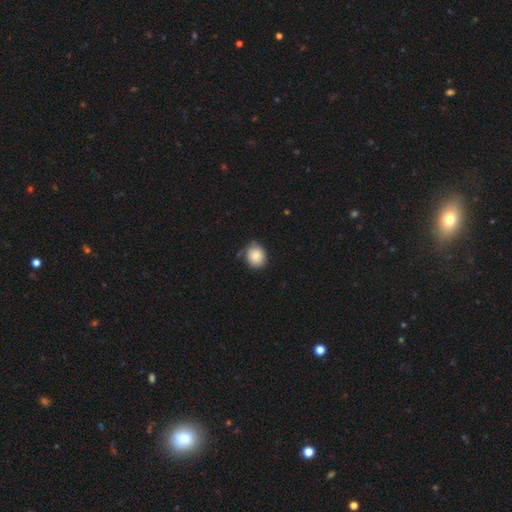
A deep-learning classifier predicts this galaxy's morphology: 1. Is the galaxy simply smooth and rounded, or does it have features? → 84% smooth, 8% star or artifact, 7% featured or disk.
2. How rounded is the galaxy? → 76% round, 23% in between, 1% cigar-shaped.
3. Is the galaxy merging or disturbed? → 73% none, 20% minor disturbance, 4% major disturbance, 3% merger.